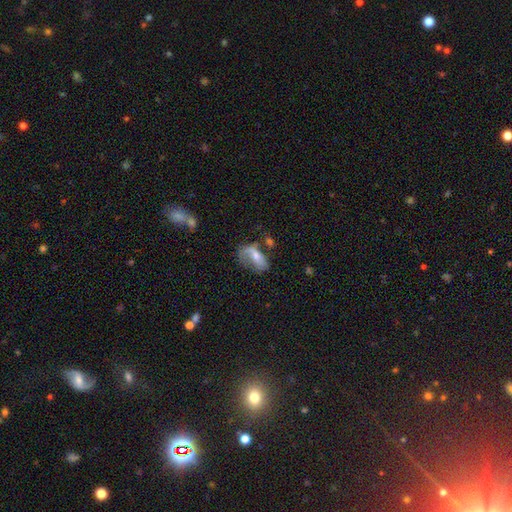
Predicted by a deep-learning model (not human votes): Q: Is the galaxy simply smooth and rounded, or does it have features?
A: featured or disk — 46%.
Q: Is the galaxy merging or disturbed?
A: none — 38%.